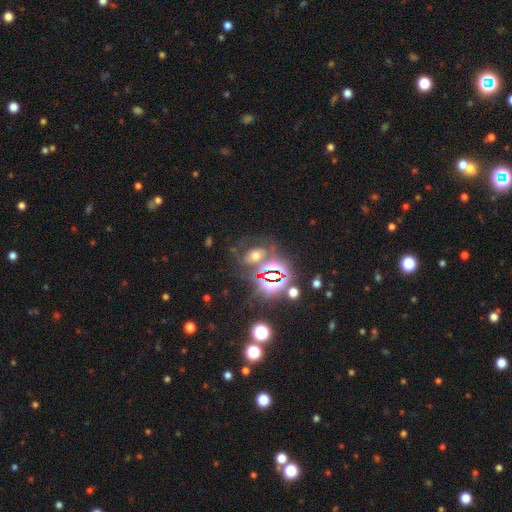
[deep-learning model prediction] The model was most divided on "smooth or featured": star or artifact: 45%, smooth: 33%, featured or disk: 22%.